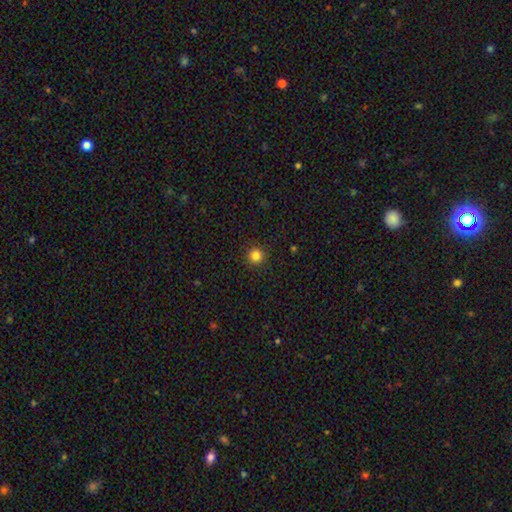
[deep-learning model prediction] This is clearly a smooth galaxy (83%). How rounded: clearly round (95%). Merging: clearly none (92%).